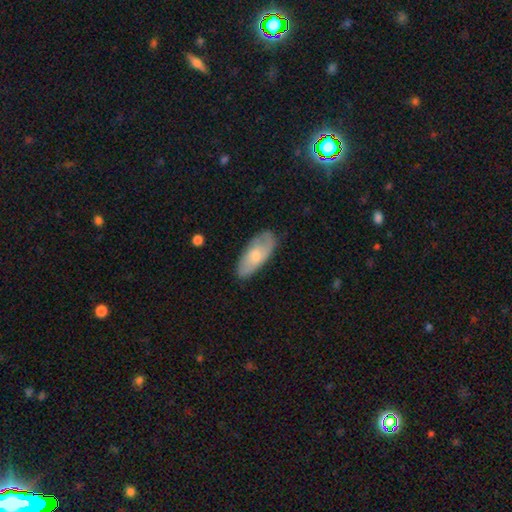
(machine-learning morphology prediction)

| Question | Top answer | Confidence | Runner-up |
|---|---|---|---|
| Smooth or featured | smooth | 61% | featured or disk (33%) |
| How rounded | in between | 85% | cigar-shaped (12%) |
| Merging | none | 75% | minor disturbance (20%) |